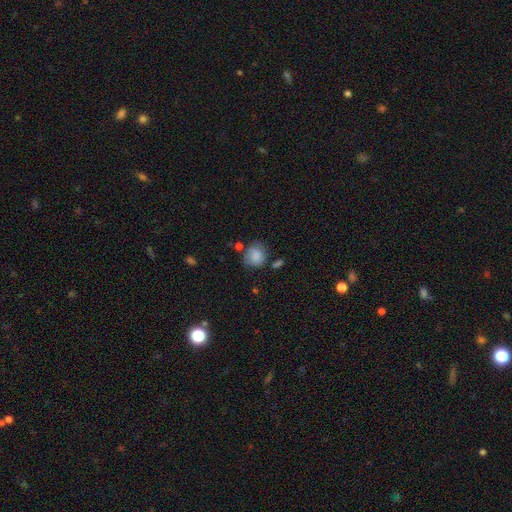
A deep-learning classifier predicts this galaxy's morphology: Smooth or featured: smooth — 79% (featured or disk — 12%)
How rounded: round — 70% (in between — 29%)
Merging: none — 57% (minor disturbance — 26%)